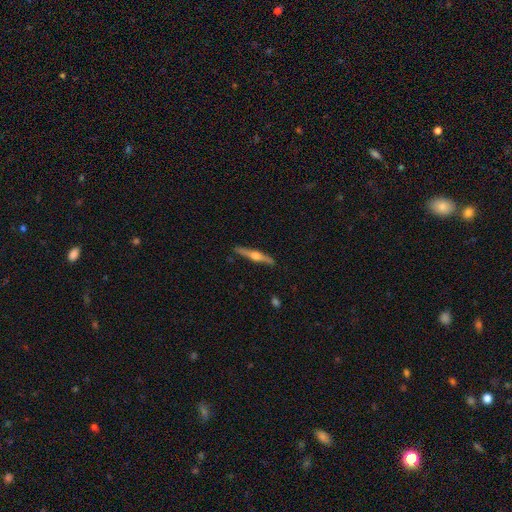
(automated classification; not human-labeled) Smooth or featured: featured or disk — 74% (smooth — 21%)
Edge-on disk: yes — 98% (no — 2%)
Edge-on bulge: rounded — 93% (boxy — 4%)
Merging: none — 89% (minor disturbance — 8%)